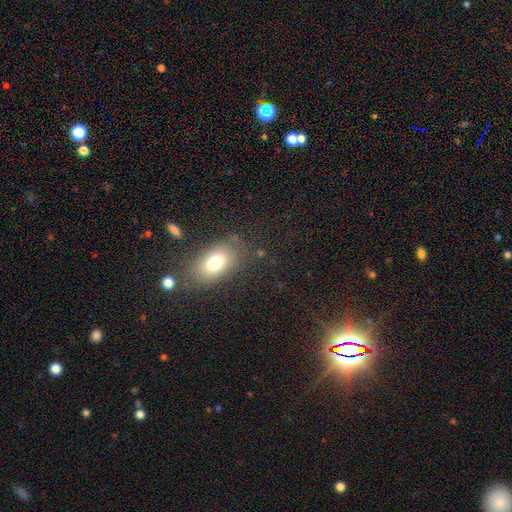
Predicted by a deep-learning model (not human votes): smooth_or_featured: smooth (p=0.59) [alt: star or artifact p=0.28]
how_rounded: in between (p=0.80) [alt: round p=0.16]
merging: none (p=0.82) [alt: minor disturbance p=0.11]